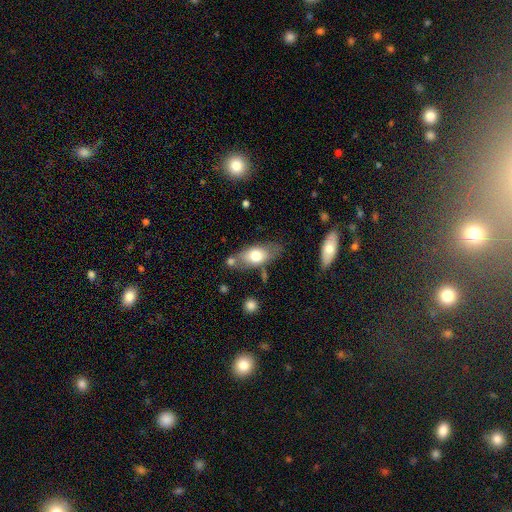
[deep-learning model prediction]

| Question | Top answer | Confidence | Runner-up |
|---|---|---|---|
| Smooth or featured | smooth | 67% | featured or disk (27%) |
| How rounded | in between | 84% | cigar-shaped (12%) |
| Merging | none | 64% | minor disturbance (19%) |